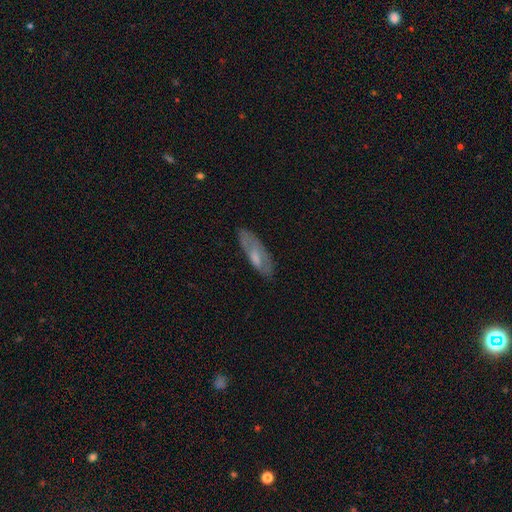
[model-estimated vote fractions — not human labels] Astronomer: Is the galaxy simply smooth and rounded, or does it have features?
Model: smooth — 57% (runner-up: featured or disk, 36%).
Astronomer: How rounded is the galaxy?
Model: in between — 52% (runner-up: cigar-shaped, 46%).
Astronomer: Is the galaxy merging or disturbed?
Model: none — 69%.